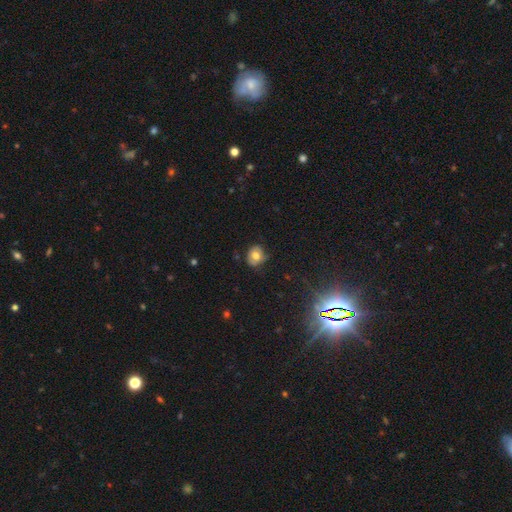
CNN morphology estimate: Overall: smooth (67%). How rounded: round (60%; in between 39%). Merging: none (66%; minor disturbance 26%).